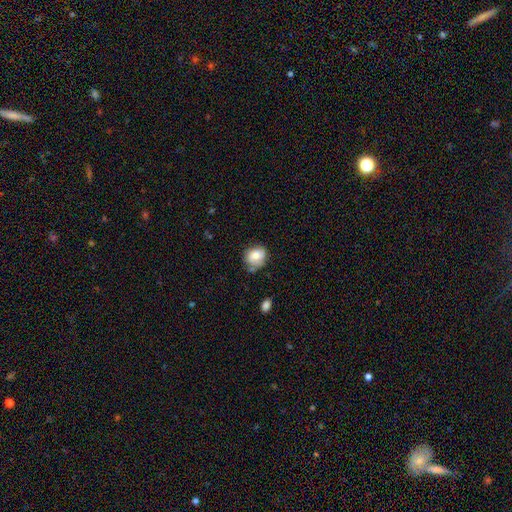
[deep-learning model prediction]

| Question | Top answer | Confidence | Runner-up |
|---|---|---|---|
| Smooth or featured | smooth | 69% | featured or disk (22%) |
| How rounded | round | 63% | in between (36%) |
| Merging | none | 55% | minor disturbance (31%) |